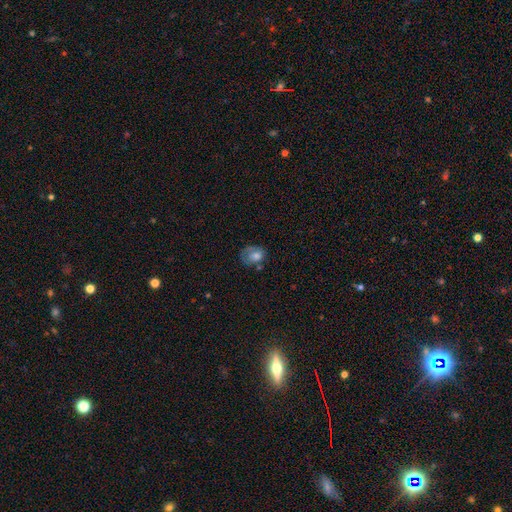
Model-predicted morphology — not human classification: This appears to be a smooth galaxy with no disk features (59%) that is in between round and cigar-shaped (54%). Merging: none (45%).